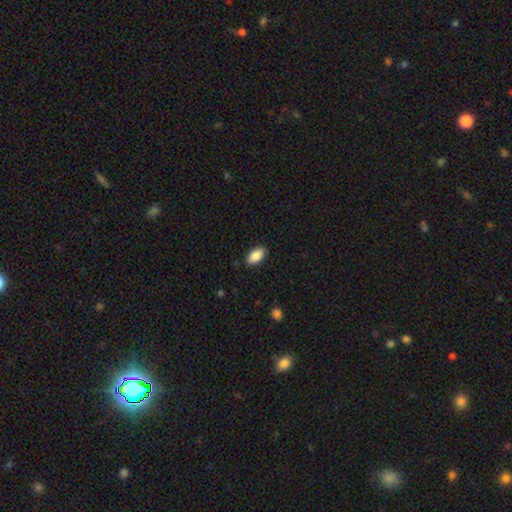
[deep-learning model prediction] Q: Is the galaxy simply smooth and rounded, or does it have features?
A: smooth — 87%.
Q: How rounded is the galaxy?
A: in between — 94%.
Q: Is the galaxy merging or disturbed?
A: none — 88%.